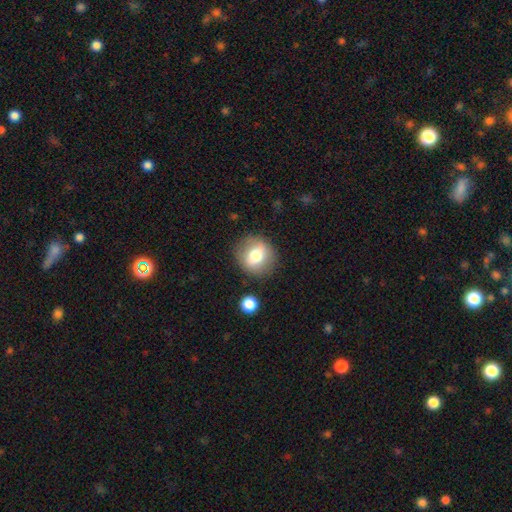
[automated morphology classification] Smooth or featured? smooth (66%)
How rounded? round (79%)
Merging? none (83%)